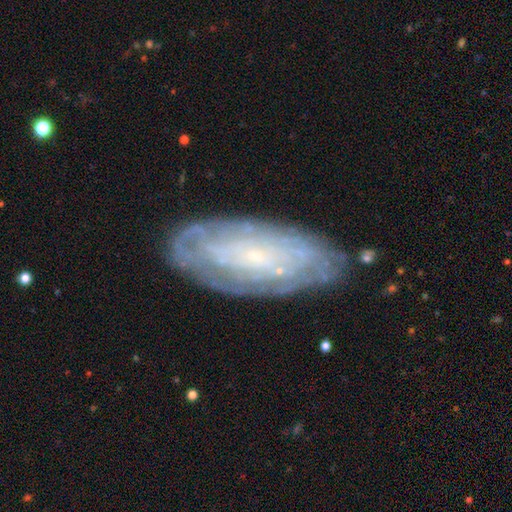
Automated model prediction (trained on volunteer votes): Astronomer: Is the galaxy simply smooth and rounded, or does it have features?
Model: featured or disk — 71%.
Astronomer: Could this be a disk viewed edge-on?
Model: no — 88%.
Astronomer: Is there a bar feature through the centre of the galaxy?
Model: no — 74%.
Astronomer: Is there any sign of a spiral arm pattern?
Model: yes — 79%.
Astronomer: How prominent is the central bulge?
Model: small — 86%.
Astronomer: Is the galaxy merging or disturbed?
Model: none — 78%.